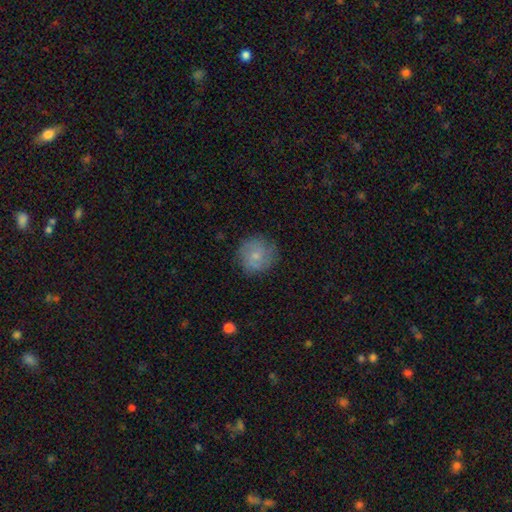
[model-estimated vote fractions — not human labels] smooth-or-featured: smooth: 70% | featured or disk: 22% | star or artifact: 8%
  how-rounded: round: 91% | in between: 8% | cigar-shaped: 1%
  merging: none: 79% | minor disturbance: 16% | major disturbance: 4% | merger: 1%